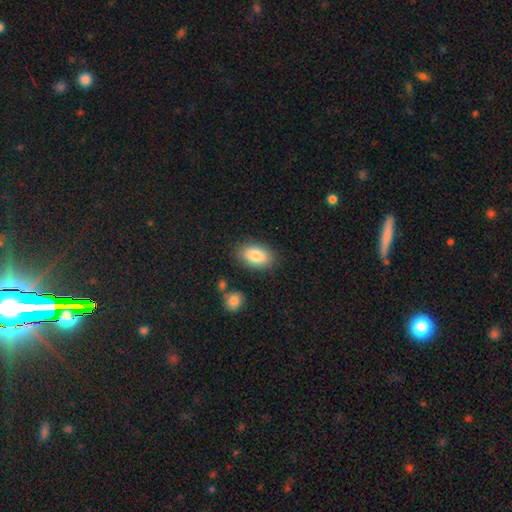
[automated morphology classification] This is clearly a smooth galaxy (85%). How rounded: clearly in between (91%). Merging: clearly none (84%).